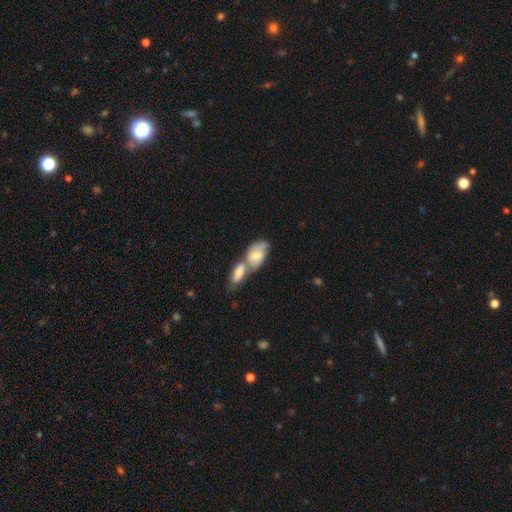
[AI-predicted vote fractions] Smooth or featured?
  - smooth: 63% *
  - featured or disk: 30%
  - star or artifact: 7%
How rounded?
  - in between: 87% *
  - round: 7%
  - cigar-shaped: 6%
Merging?
  - merger: 70% *
  - none: 18%
  - minor disturbance: 8%
  - major disturbance: 4%